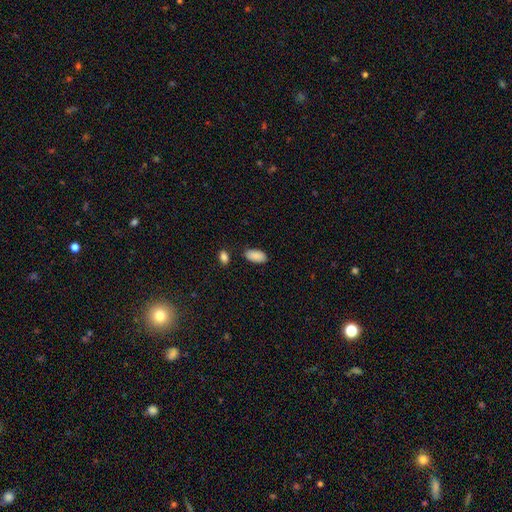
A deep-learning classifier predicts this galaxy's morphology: Smooth or featured? Predicted: smooth (p=0.90). How rounded? Predicted: in between (p=0.95). Merging? Predicted: none (p=0.83).